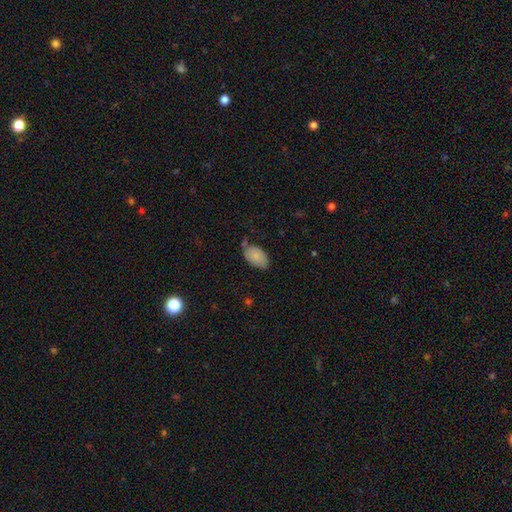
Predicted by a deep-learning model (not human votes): Smooth or featured? Predicted: smooth (p=0.86). How rounded? Predicted: in between (p=0.94). Merging? Predicted: none (p=0.64).